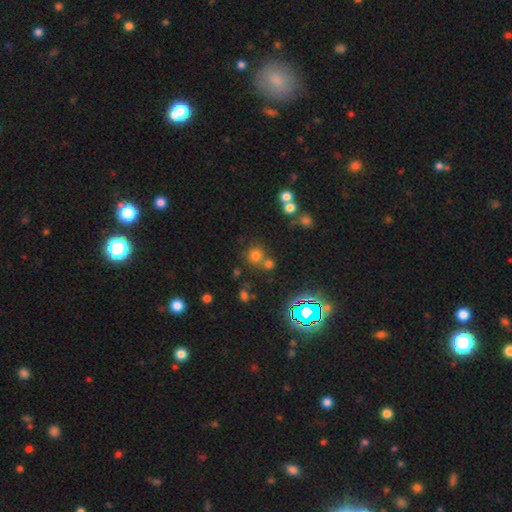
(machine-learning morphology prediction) The model was most divided on "merging": none: 61%, merger: 26%, minor disturbance: 8%, major disturbance: 4%. More confident: how rounded — round (90%); smooth or featured — smooth (65%).